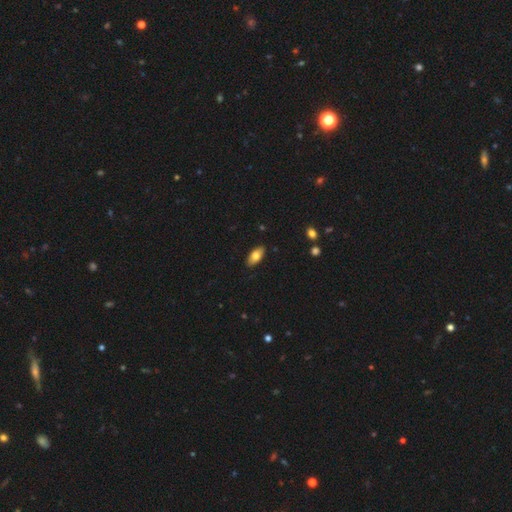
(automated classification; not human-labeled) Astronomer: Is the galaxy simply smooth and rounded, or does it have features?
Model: smooth — 75%.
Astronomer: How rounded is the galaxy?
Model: in between — 89%.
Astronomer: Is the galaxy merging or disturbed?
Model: none — 88%.